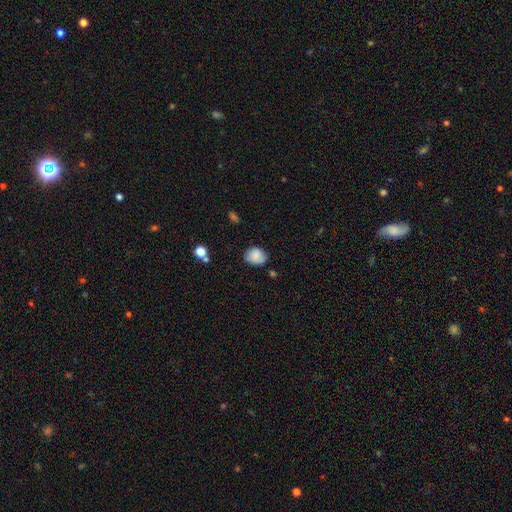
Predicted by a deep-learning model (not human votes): Smooth or featured?
  - smooth: 80% *
  - featured or disk: 11%
  - star or artifact: 9%
How rounded?
  - round: 51% *
  - in between: 48%
  - cigar-shaped: 1%
Merging?
  - none: 68% *
  - minor disturbance: 24%
  - major disturbance: 5%
  - merger: 3%